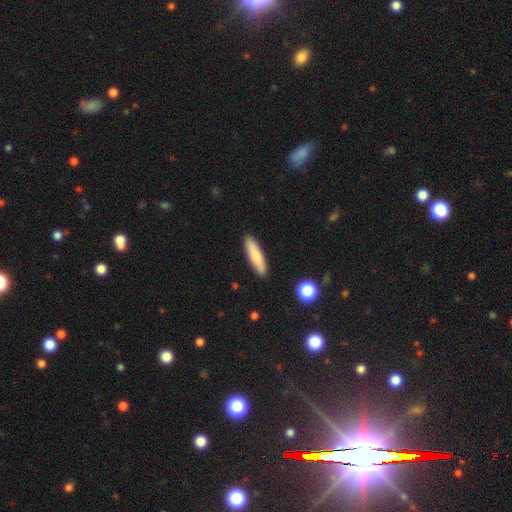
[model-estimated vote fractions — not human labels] Overall: smooth (80%). How rounded: cigar-shaped (78%). Merging: none (90%).